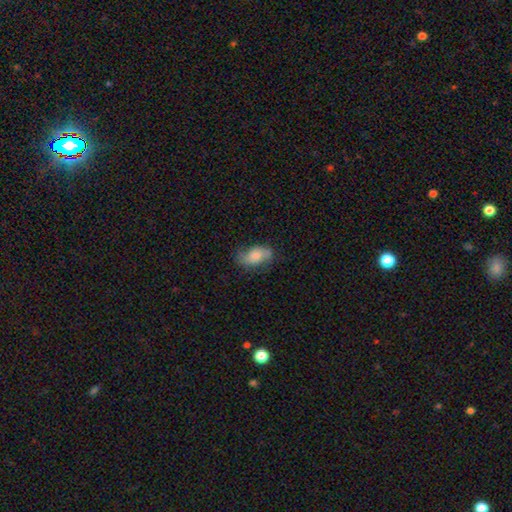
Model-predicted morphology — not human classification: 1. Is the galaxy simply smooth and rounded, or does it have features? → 66% smooth, 26% featured or disk, 7% star or artifact.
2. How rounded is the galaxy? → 90% in between, 6% round, 4% cigar-shaped.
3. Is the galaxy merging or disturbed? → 64% none, 26% minor disturbance, 9% major disturbance, 2% merger.